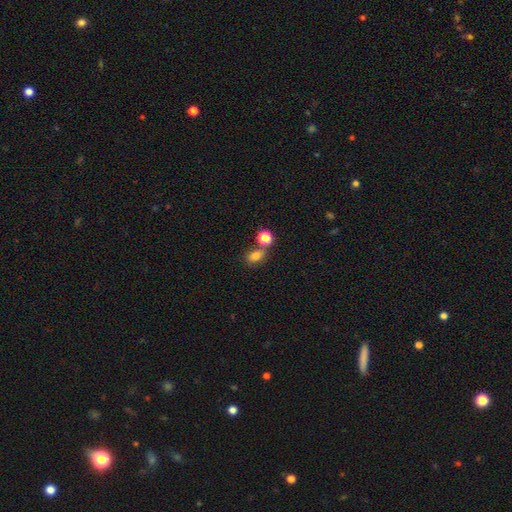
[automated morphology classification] Smooth or featured: smooth — 78% (star or artifact — 14%)
How rounded: in between — 69% (round — 29%)
Merging: none — 57% (merger — 25%)